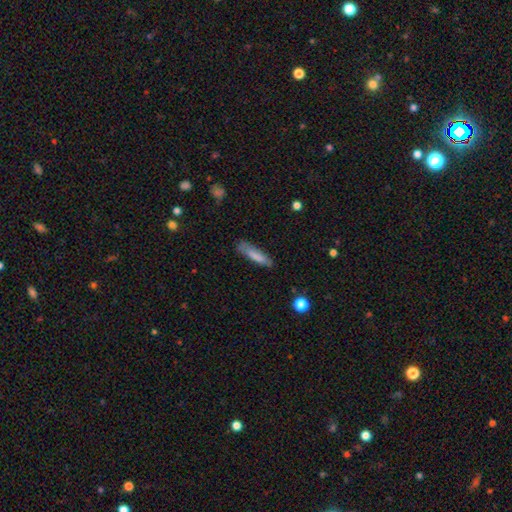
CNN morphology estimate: Smooth or featured: smooth — 76% (featured or disk — 17%)
How rounded: cigar-shaped — 74% (in between — 25%)
Merging: none — 74% (minor disturbance — 20%)